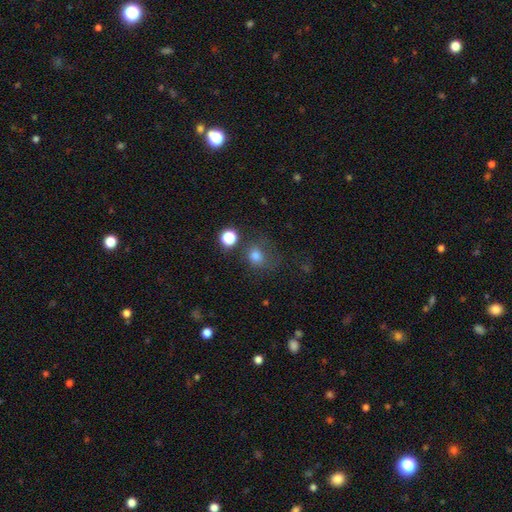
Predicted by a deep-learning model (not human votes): Smooth or featured?
  - smooth: 75% *
  - star or artifact: 16%
  - featured or disk: 9%
How rounded?
  - round: 71% *
  - in between: 28%
  - cigar-shaped: 1%
Merging?
  - none: 53% *
  - minor disturbance: 21%
  - major disturbance: 16%
  - merger: 9%